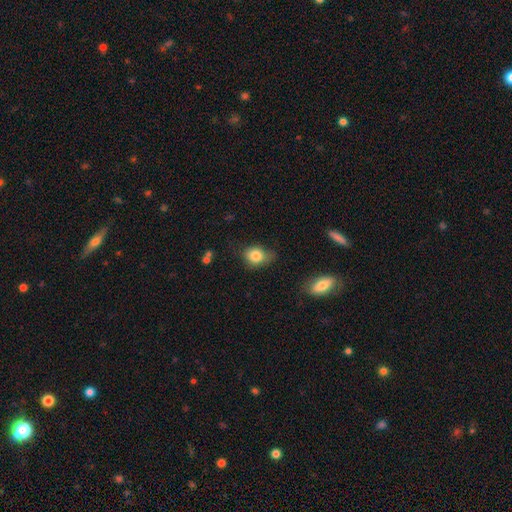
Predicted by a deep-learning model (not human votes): This appears to be a smooth galaxy with no disk features (81%) that is in between round and cigar-shaped (53%). Merging: none (52%).